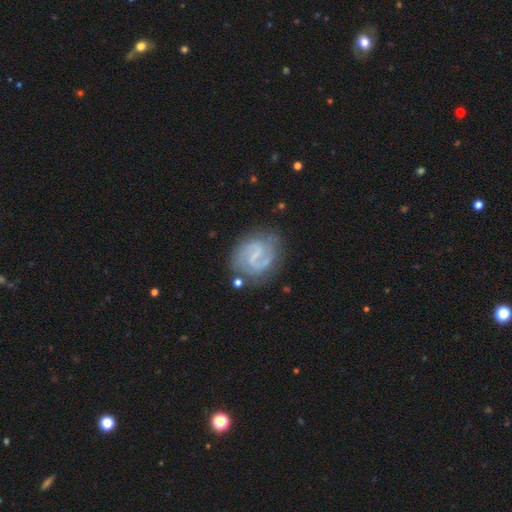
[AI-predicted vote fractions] This is clearly a featured or disk galaxy (84%). It is clearly not viewed edge-on (98%). Bar: possibly weak (51%). Spiral arm pattern: clearly yes (95%). Spiral arm count: clearly 2 (85%). Spiral winding: possibly medium (48%). Central bulge: possibly small (48%). Merging: likely none (73%).